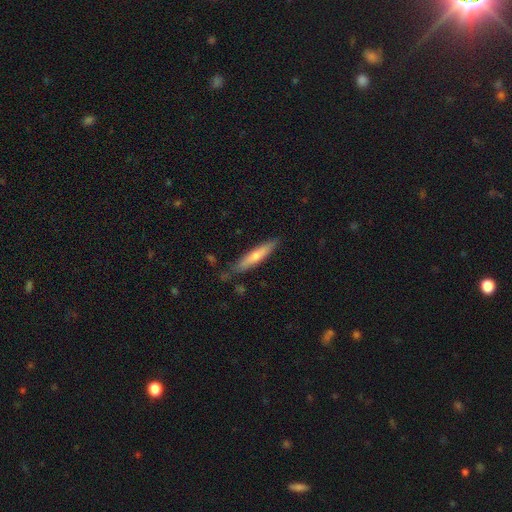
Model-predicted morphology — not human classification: This appears to be a smooth galaxy with no disk features (58%) that is cigar-shaped (87%). Merging: none (79%).